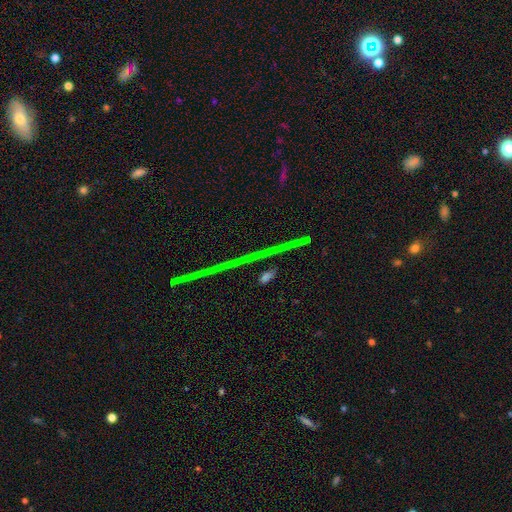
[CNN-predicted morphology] star or artifact 76%, featured or disk 16%, smooth 7%.